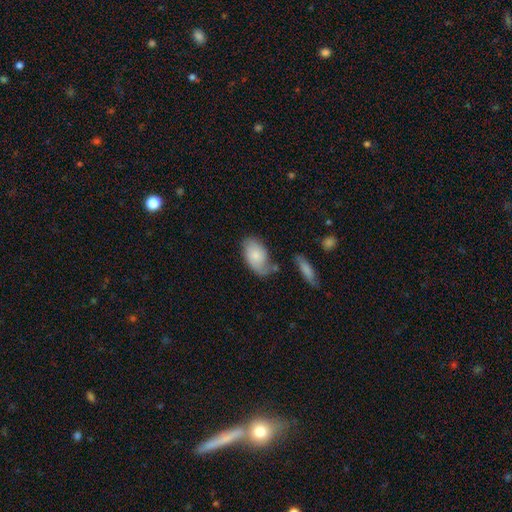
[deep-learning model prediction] Smooth or featured? smooth (74%)
How rounded? in between (92%)
Merging? none (52%)